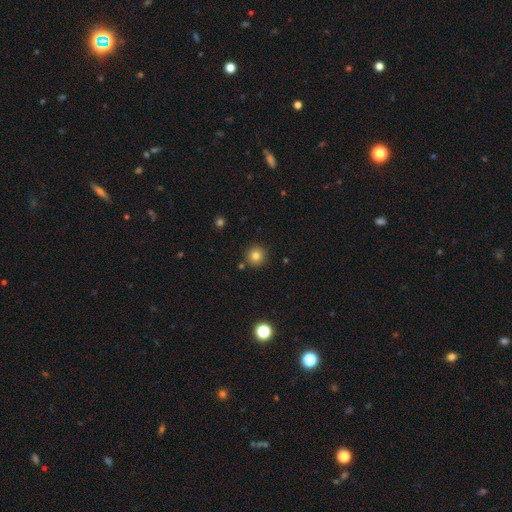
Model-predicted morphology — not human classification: This appears to be a smooth galaxy with no disk features (80%) that is round (95%). Merging: none (87%).